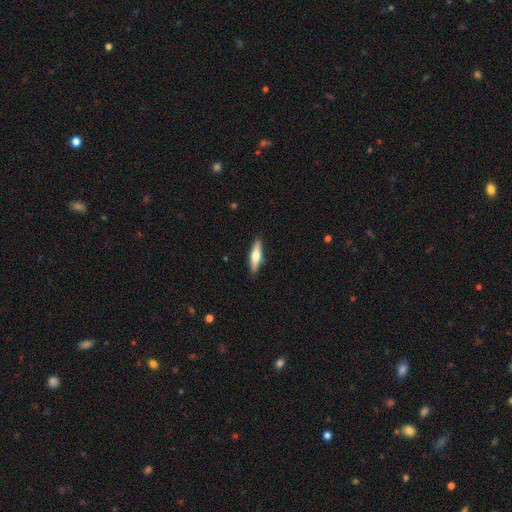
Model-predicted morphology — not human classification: A smooth galaxy with no disk features (50%) that is cigar-shaped (71%). Merging: none (89%).